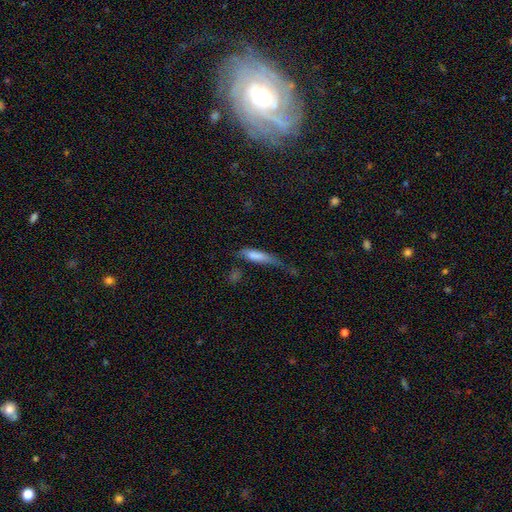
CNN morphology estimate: This appears to be a smooth galaxy with no disk features (72%) that is cigar-shaped (68%). Merging: minor disturbance (32%).